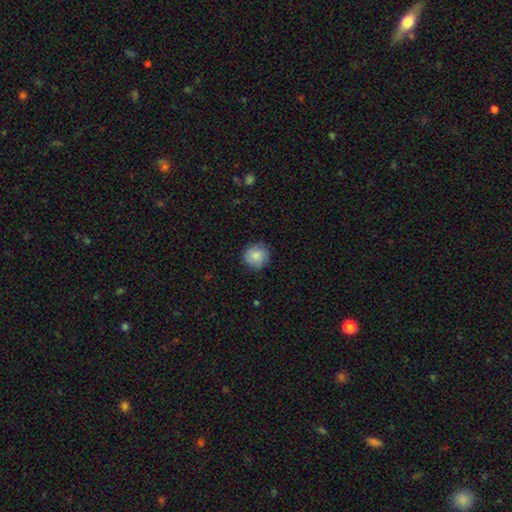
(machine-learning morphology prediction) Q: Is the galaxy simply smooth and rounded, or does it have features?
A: smooth — 85%.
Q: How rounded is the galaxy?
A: round — 92%.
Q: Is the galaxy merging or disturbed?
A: none — 86%.